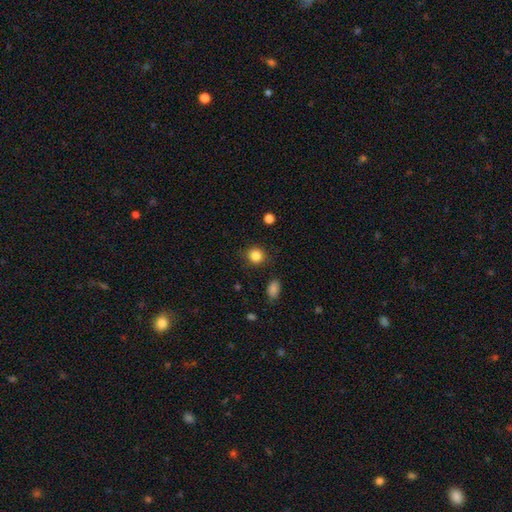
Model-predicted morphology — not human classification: smooth 85%, star or artifact 11%, featured or disk 4%. Down the decision tree: how rounded — round (87%); merging — none (87%).